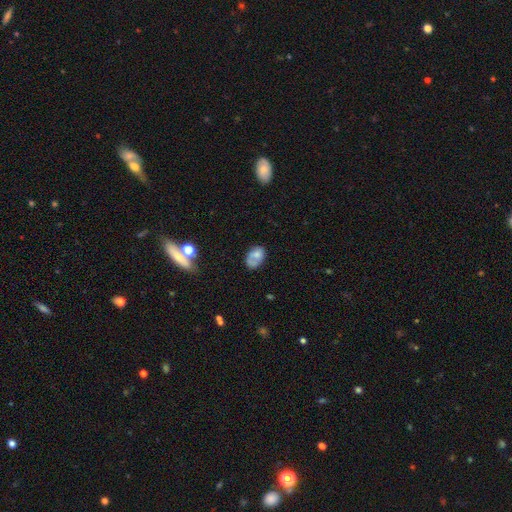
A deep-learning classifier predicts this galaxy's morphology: Smooth or featured? Predicted: smooth (p=0.63). How rounded? Predicted: in between (p=0.82). Merging? Predicted: none (p=0.43).